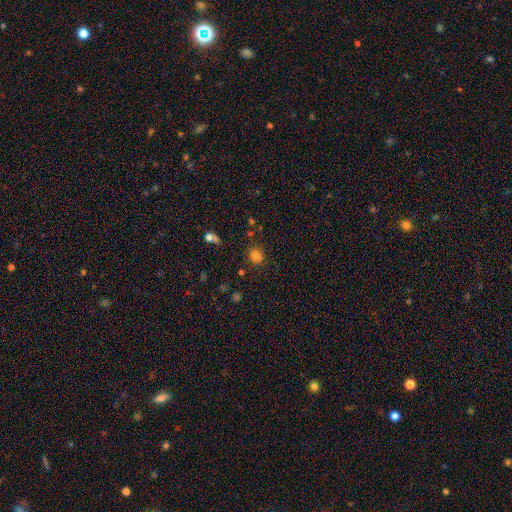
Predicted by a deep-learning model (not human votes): Q: Smooth or featured?
A: smooth (80%); runner-up: star or artifact (14%)
Q: How rounded?
A: round (84%); runner-up: in between (15%)
Q: Merging?
A: none (83%); runner-up: minor disturbance (10%)